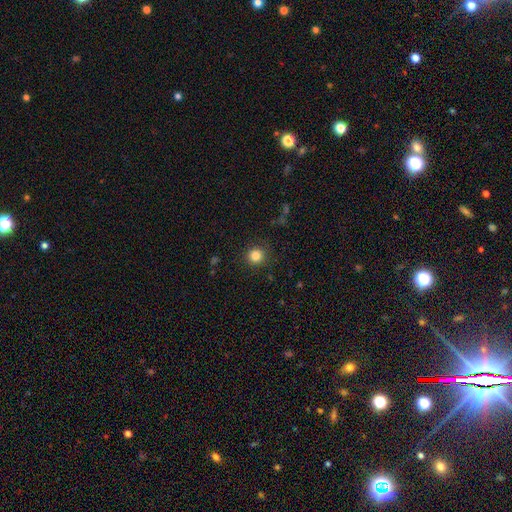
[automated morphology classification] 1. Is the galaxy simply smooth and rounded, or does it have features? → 83% smooth, 12% star or artifact, 5% featured or disk.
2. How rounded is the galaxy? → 93% round, 6% in between, 1% cigar-shaped.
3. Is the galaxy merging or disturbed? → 89% none, 7% minor disturbance, 3% major disturbance, 1% merger.